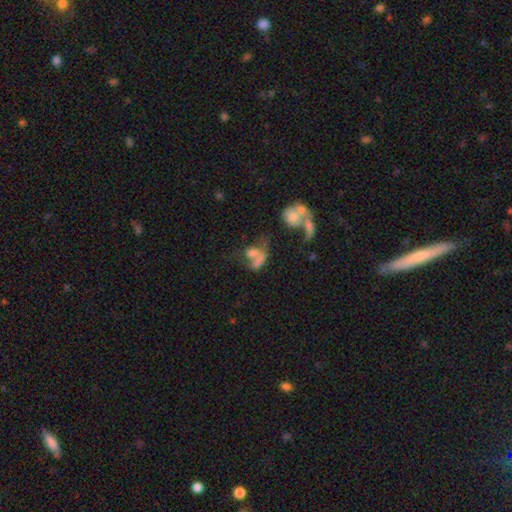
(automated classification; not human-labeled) Smooth or featured? smooth (55%)
How rounded? in between (71%)
Merging? merger (48%)